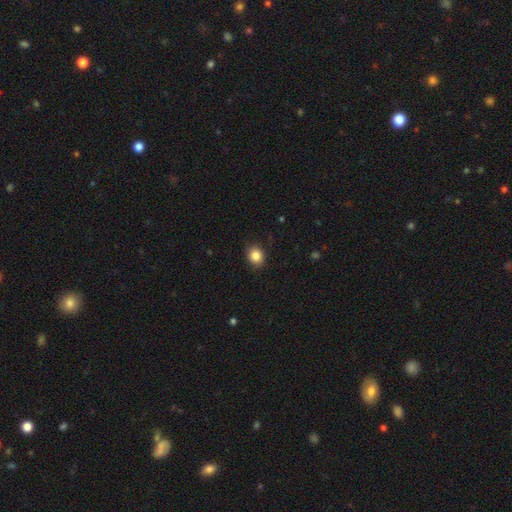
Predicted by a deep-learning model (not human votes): This is clearly a smooth galaxy (86%). How rounded: likely round (68%). Merging: clearly none (87%).